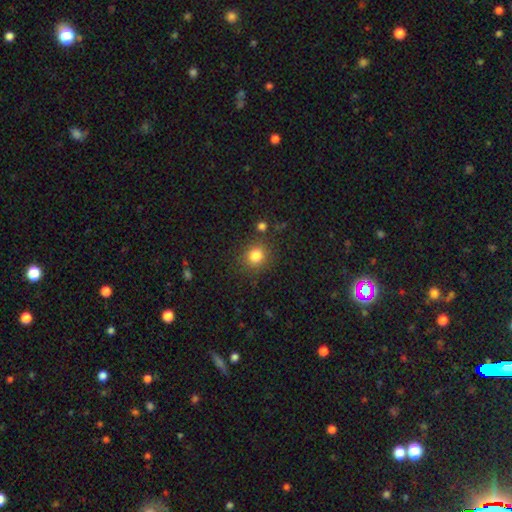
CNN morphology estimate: This appears to be a smooth galaxy with no disk features (82%) that is round (82%). Merging: none (84%).